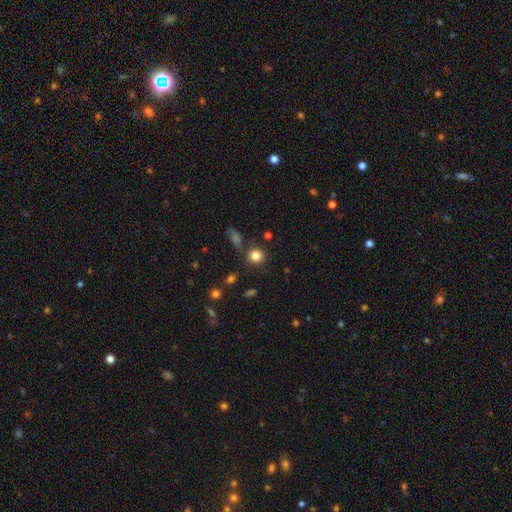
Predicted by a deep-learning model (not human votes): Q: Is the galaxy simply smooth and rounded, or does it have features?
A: smooth — 82%.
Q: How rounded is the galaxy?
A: round — 89%.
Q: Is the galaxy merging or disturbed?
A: none — 80%.